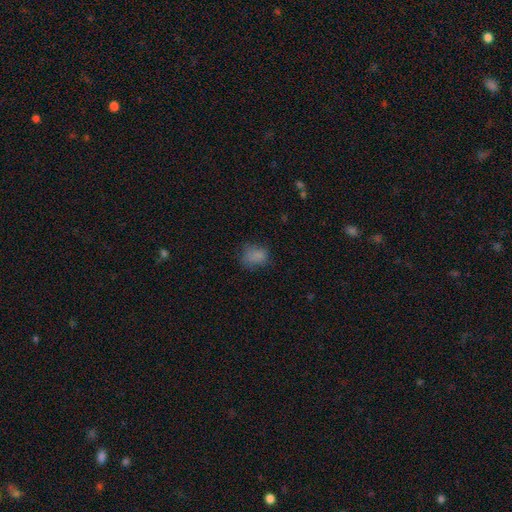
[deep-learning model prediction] smooth 78%, star or artifact 13%, featured or disk 8%. Down the decision tree: how rounded — in between (58%); merging — none (59%).